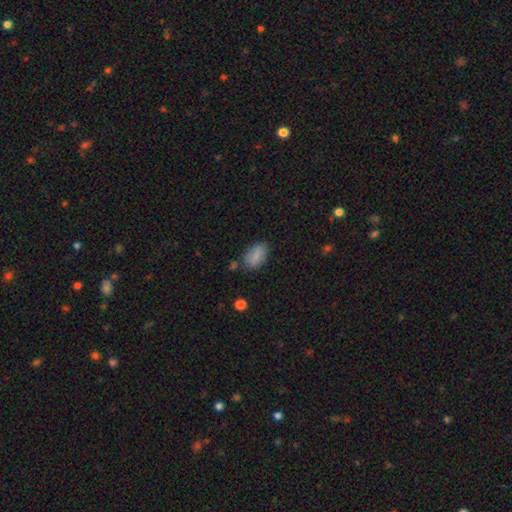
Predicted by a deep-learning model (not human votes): smooth 81%, featured or disk 11%, star or artifact 8%. Down the decision tree: how rounded — in between (91%); merging — none (69%).